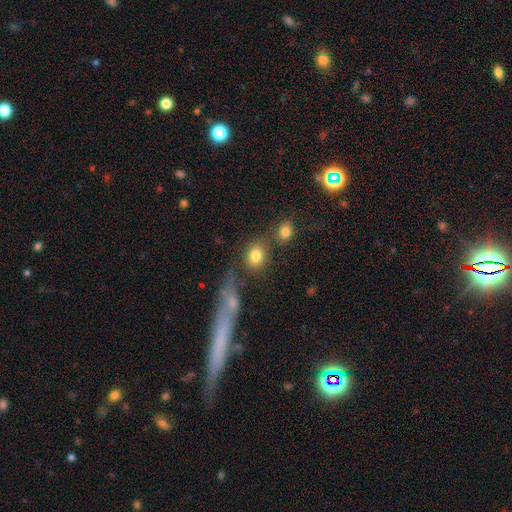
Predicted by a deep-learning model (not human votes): Smooth or featured: smooth — 80% (star or artifact — 10%)
How rounded: round — 52% (in between — 46%)
Merging: none — 56% (merger — 24%)